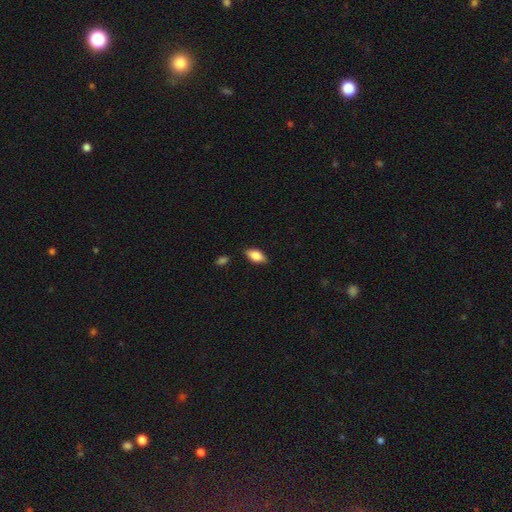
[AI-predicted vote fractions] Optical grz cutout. It shows a smooth galaxy with no disk features (76%) that is in between round and cigar-shaped (87%). Merging: none (84%).